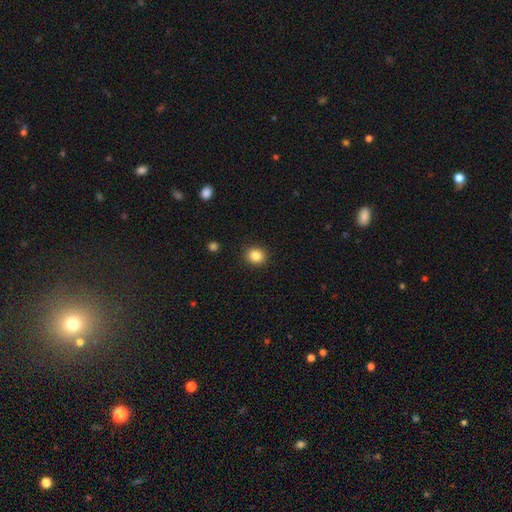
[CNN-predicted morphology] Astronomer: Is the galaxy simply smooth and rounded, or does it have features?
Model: smooth — 85%.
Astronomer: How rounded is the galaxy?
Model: round — 78%.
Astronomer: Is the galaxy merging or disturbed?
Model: none — 91%.